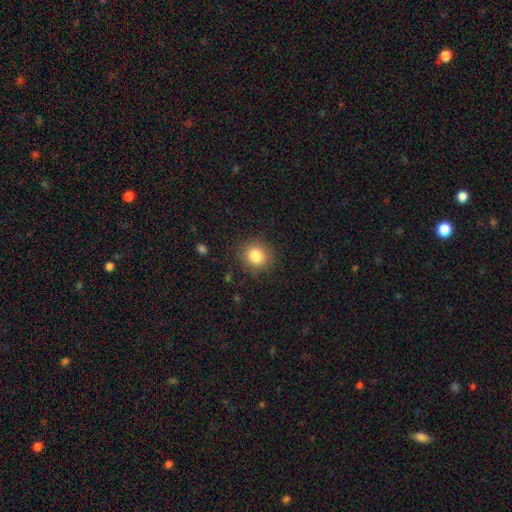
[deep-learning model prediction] A smooth galaxy with no disk features (83%) that is round (89%). Merging: none (87%).